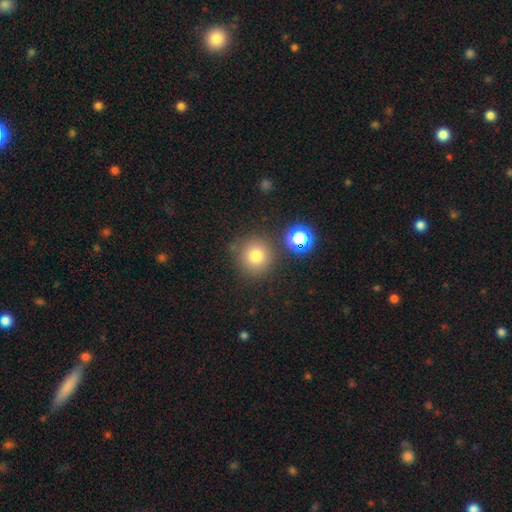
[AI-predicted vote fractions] A smooth galaxy with no disk features (78%) that is round (93%). Merging: none (80%).